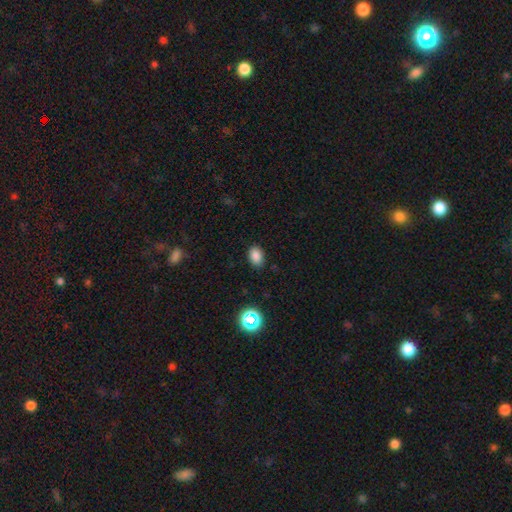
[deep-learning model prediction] Smooth or featured?
  - smooth: 84% *
  - star or artifact: 13%
  - featured or disk: 4%
How rounded?
  - in between: 79% *
  - round: 20%
  - cigar-shaped: 1%
Merging?
  - none: 86% *
  - minor disturbance: 10%
  - major disturbance: 3%
  - merger: 1%